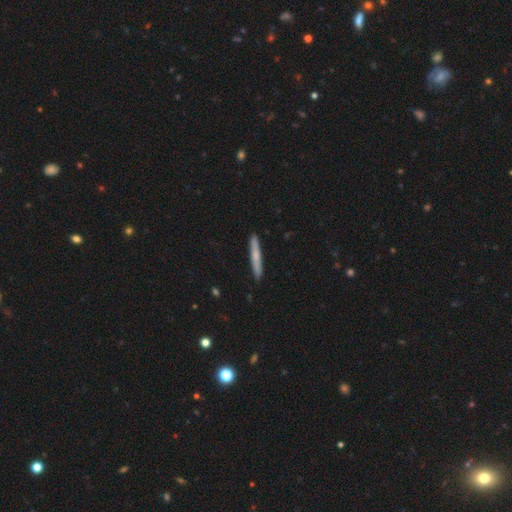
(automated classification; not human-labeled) Smooth or featured? Predicted: smooth (p=0.64). How rounded? Predicted: cigar-shaped (p=0.95). Merging? Predicted: none (p=0.91).